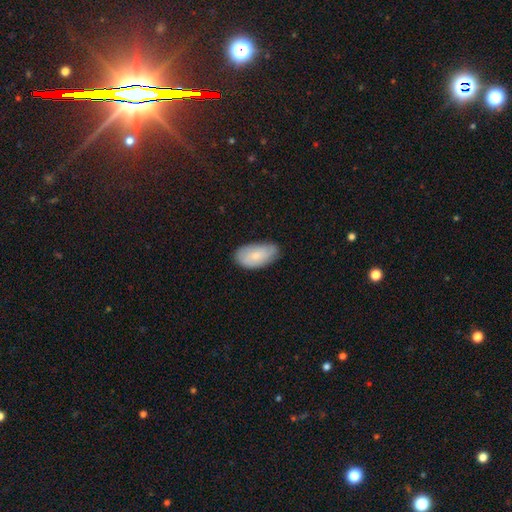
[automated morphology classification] This appears to be a smooth galaxy with no disk features (74%) that is in between round and cigar-shaped (94%). Merging: none (72%).